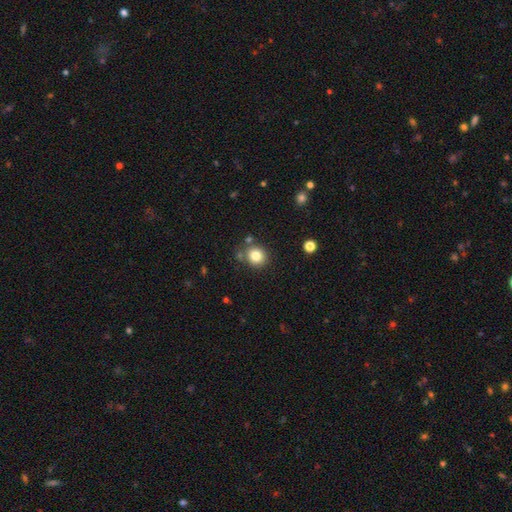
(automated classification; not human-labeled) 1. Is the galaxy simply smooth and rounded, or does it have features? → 82% smooth, 11% star or artifact, 7% featured or disk.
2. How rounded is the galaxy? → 84% round, 15% in between, 1% cigar-shaped.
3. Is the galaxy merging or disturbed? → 79% none, 11% minor disturbance, 7% merger, 3% major disturbance.